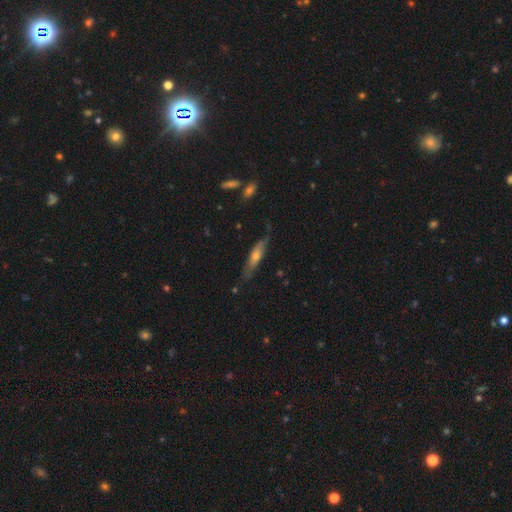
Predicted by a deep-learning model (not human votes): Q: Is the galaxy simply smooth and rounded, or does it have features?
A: featured or disk — 54%.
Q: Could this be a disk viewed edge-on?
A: yes — 77%.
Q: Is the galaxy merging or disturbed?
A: none — 71%.